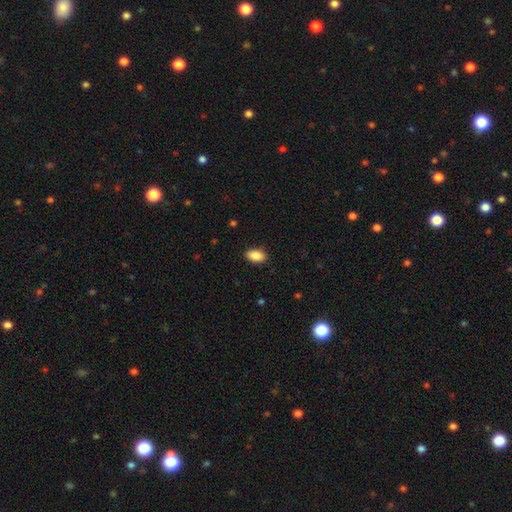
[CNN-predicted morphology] A smooth galaxy with no disk features (88%) that is in between round and cigar-shaped (92%). Merging: none (89%).